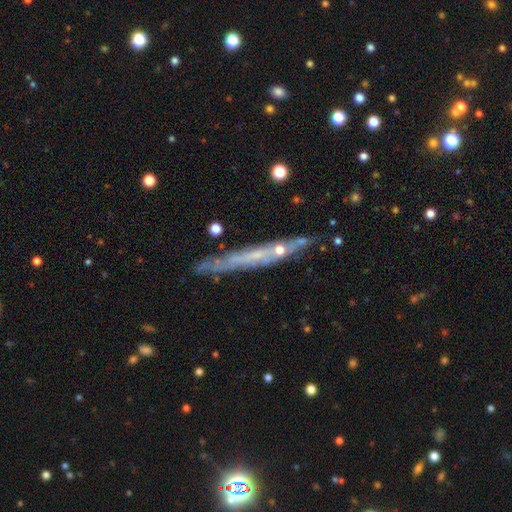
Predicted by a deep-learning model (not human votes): This is possibly a featured or disk galaxy (59%). It is clearly viewed edge-on (87%). Edge-on bulge: likely none (75%). Merging: likely none (75%).